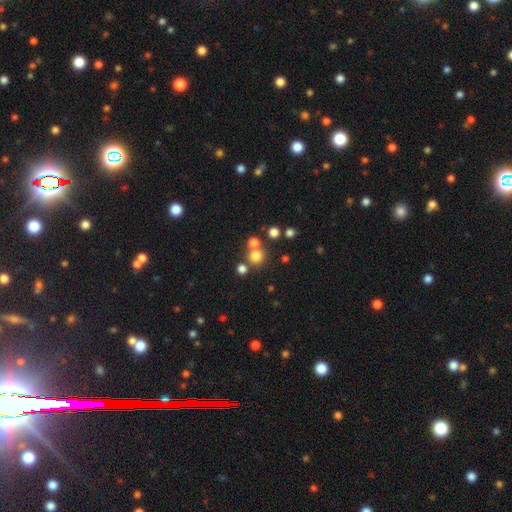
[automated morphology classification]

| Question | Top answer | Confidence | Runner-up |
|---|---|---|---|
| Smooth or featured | smooth | 74% | star or artifact (18%) |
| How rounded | round | 91% | in between (8%) |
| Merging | none | 65% | merger (25%) |